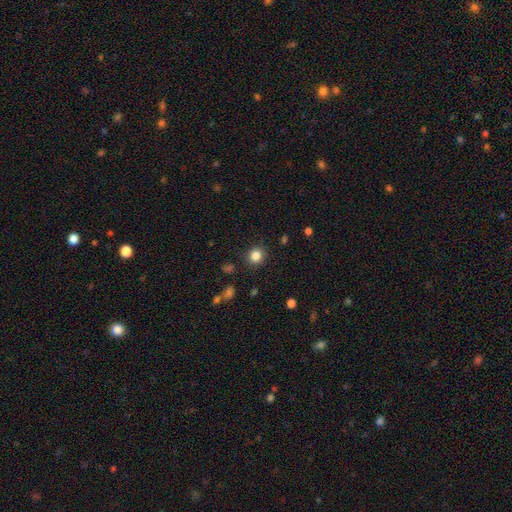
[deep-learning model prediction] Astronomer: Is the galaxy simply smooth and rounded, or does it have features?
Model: smooth — 84%.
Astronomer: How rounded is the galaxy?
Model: round — 86%.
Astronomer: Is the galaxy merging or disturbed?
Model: none — 88%.